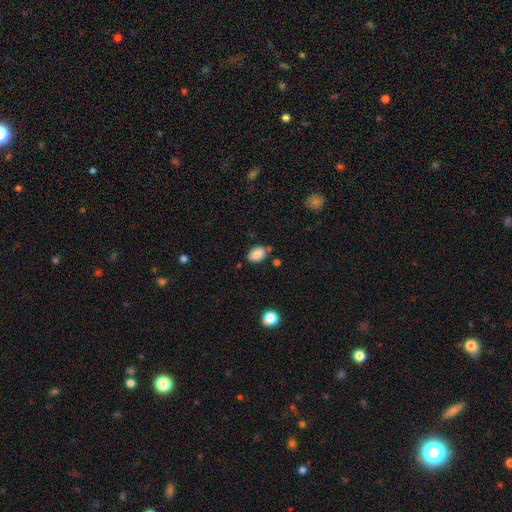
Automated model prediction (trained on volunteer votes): smooth_or_featured: smooth (p=0.87) [alt: star or artifact p=0.08]
how_rounded: in between (p=0.82) [alt: round p=0.17]
merging: none (p=0.72) [alt: minor disturbance p=0.18]